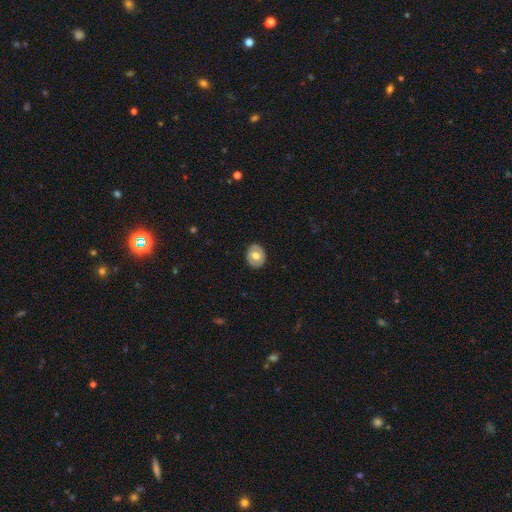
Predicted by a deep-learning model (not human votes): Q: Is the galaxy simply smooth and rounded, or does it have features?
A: smooth — 56%.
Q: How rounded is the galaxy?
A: round — 58%.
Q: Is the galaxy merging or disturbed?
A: none — 86%.